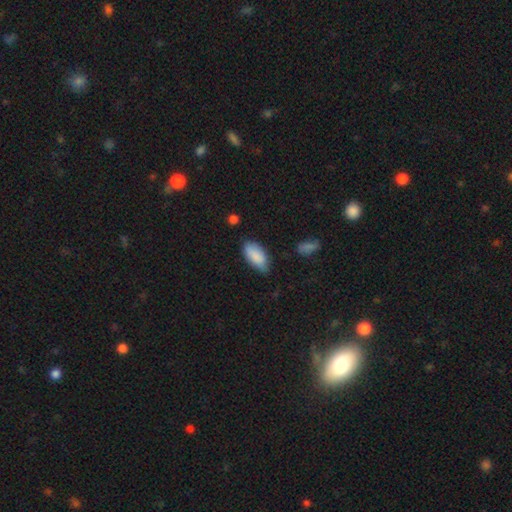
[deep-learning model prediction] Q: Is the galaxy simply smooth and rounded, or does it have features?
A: smooth — 87%.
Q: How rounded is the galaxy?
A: in between — 92%.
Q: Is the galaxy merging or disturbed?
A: none — 65%.